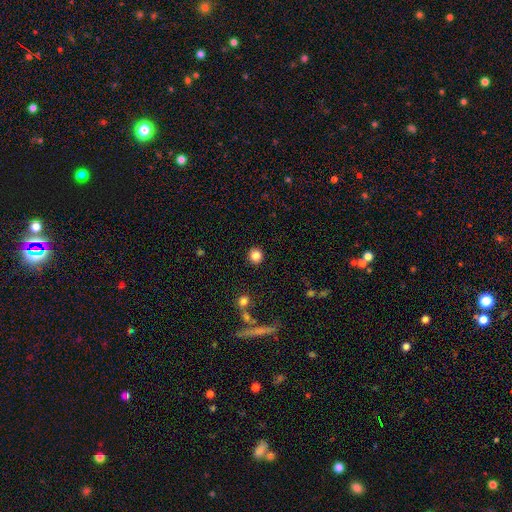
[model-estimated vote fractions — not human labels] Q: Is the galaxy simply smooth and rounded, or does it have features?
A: smooth — 85%.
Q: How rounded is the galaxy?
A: round — 91%.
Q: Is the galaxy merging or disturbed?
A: none — 91%.